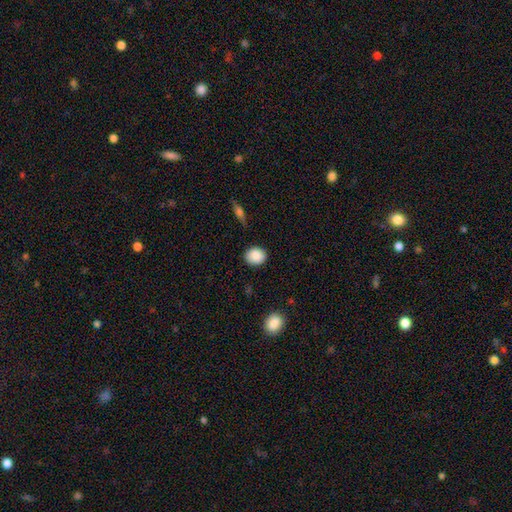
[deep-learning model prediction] Smooth or featured?
  - smooth: 88% *
  - star or artifact: 8%
  - featured or disk: 4%
How rounded?
  - round: 72% *
  - in between: 27%
  - cigar-shaped: 1%
Merging?
  - none: 87% *
  - minor disturbance: 9%
  - major disturbance: 2%
  - merger: 1%